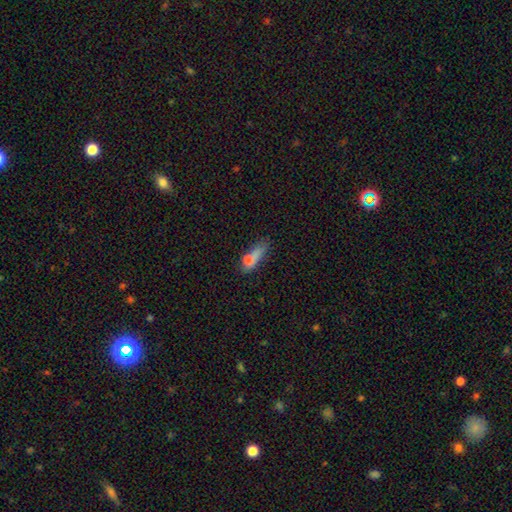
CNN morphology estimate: Smooth or featured?
  - smooth: 68% *
  - featured or disk: 20%
  - star or artifact: 11%
How rounded?
  - in between: 53% *
  - cigar-shaped: 33%
  - round: 14%
Merging?
  - none: 28% *
  - major disturbance: 27%
  - minor disturbance: 26%
  - merger: 19%